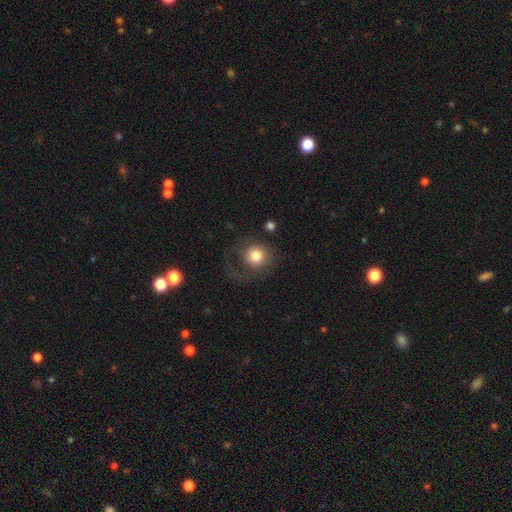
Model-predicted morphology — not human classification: Smooth or featured: smooth — 75% (featured or disk — 16%)
How rounded: round — 85% (in between — 14%)
Merging: none — 50% (major disturbance — 29%)